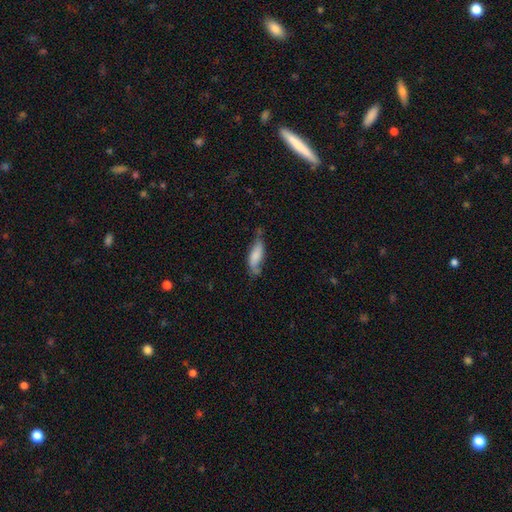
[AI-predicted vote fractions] A smooth galaxy with no disk features (70%) that is in between round and cigar-shaped (58%).

Vote fractions:
- Smooth or featured? smooth: 70% / featured or disk: 23% / star or artifact: 7%
- How rounded? in between: 58% / cigar-shaped: 40% / round: 2%
- Merging? none: 49% / minor disturbance: 36% / major disturbance: 11% / merger: 5%